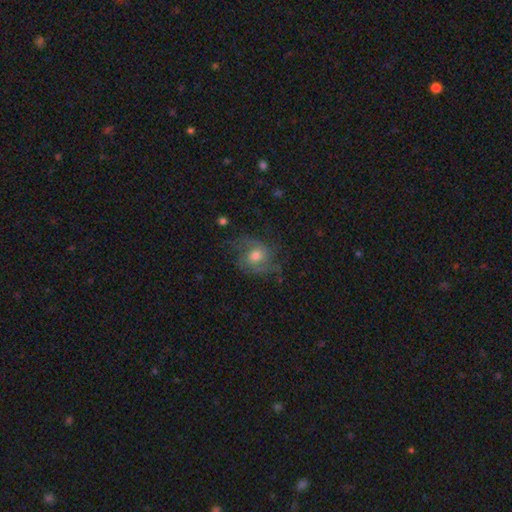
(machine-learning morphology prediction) The model was most divided on "spiral winding": medium: 47%, loose: 31%, tight: 22%. More confident: edge-on disk — no (97%); spiral arms — yes (89%); bulge size — moderate (67%); bar — no (66%); smooth or featured — featured or disk (65%); merging — none (63%); spiral arm count — 2 (60%).